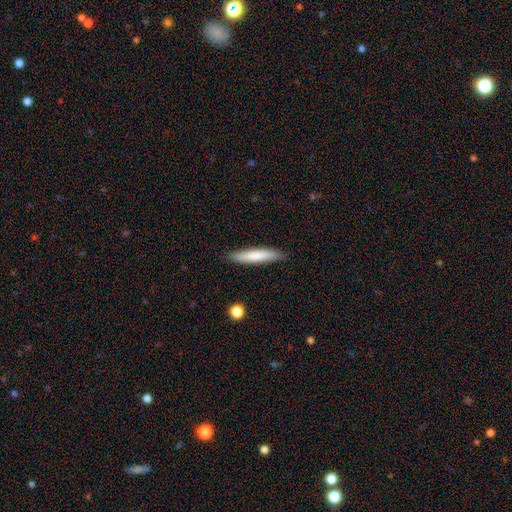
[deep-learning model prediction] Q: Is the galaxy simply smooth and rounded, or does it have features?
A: smooth — 76%.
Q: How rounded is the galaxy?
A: cigar-shaped — 91%.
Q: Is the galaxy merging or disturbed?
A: none — 87%.